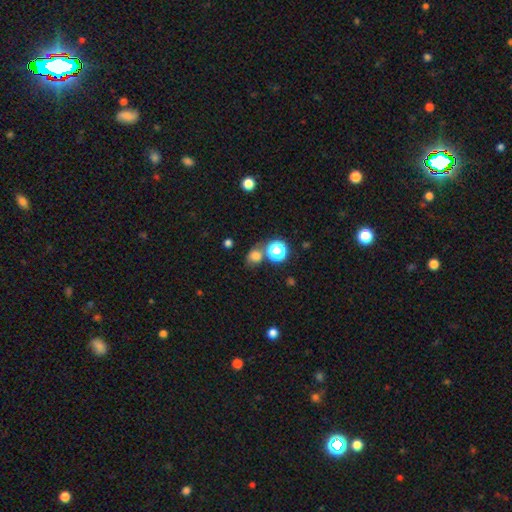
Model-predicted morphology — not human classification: A smooth galaxy with no disk features (71%) that is round (71%).

Vote fractions:
- Smooth or featured? smooth: 71% / star or artifact: 21% / featured or disk: 8%
- How rounded? round: 71% / in between: 28% / cigar-shaped: 1%
- Merging? none: 61% / merger: 19% / minor disturbance: 14% / major disturbance: 6%